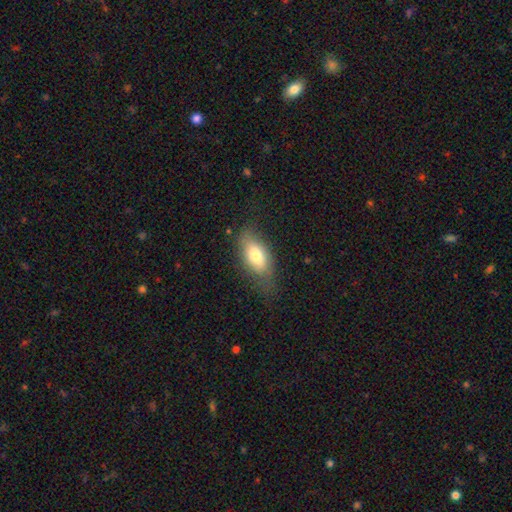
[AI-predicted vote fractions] Q: Smooth or featured?
A: smooth (72%); runner-up: featured or disk (20%)
Q: How rounded?
A: in between (88%); runner-up: cigar-shaped (7%)
Q: Merging?
A: none (60%); runner-up: minor disturbance (26%)